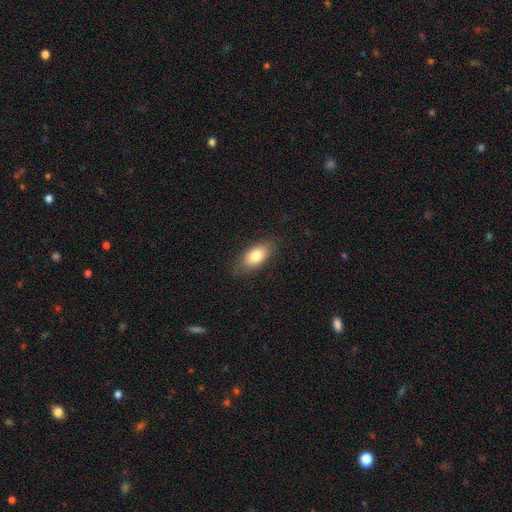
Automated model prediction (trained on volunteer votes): A smooth galaxy with no disk features (80%) that is in between round and cigar-shaped (89%).

Vote fractions:
- Smooth or featured? smooth: 80% / featured or disk: 13% / star or artifact: 7%
- How rounded? in between: 89% / cigar-shaped: 6% / round: 5%
- Merging? none: 82% / minor disturbance: 14% / major disturbance: 4% / merger: 1%